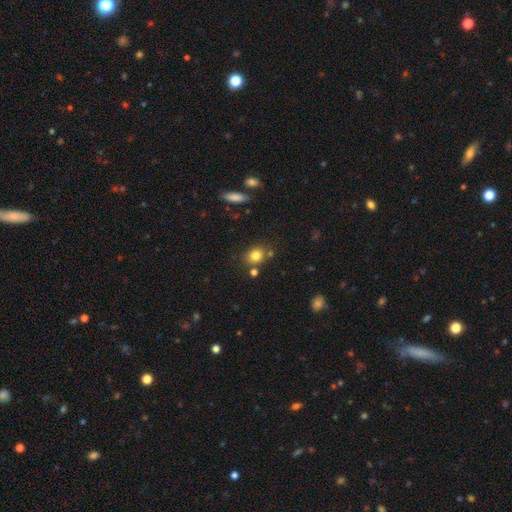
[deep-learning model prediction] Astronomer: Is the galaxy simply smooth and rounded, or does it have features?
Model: smooth — 80%.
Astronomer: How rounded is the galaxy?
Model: round — 65%.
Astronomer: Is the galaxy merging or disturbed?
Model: none — 74%.